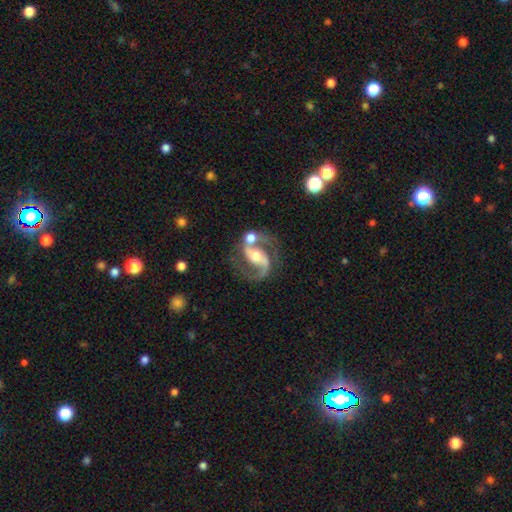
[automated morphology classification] smooth_or_featured: featured or disk (p=0.90) [alt: smooth p=0.05]
disk_edge_on: no (p=0.97) [alt: yes p=0.03]
bar: strong (p=0.43) [alt: weak p=0.33]
has_spiral_arms: yes (p=0.97) [alt: no p=0.03]
spiral_winding: medium (p=0.60) [alt: loose p=0.25]
spiral_arm_count: 2 (p=0.91) [alt: 1 p=0.03]
bulge_size: moderate (p=0.66) [alt: small p=0.24]
merging: none (p=0.58) [alt: merger p=0.18]